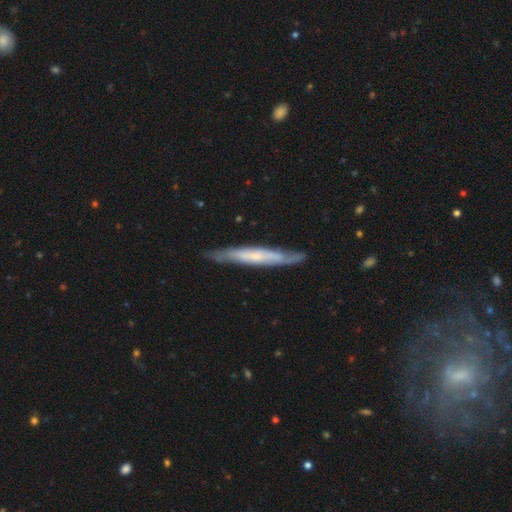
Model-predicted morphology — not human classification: A featured or disk galaxy (60%) viewed edge-on (77%). Merging: none (80%).